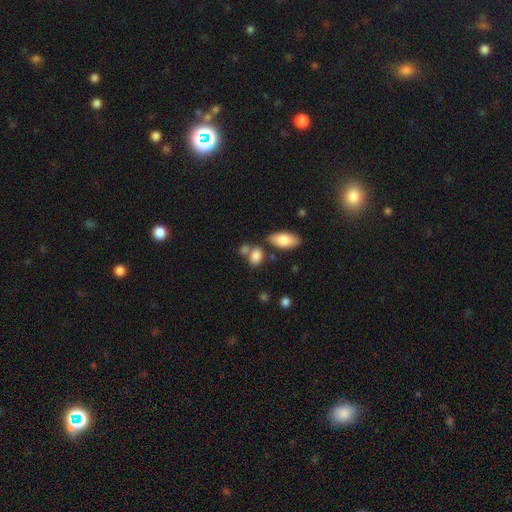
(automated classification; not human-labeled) Smooth or featured: smooth — 84% (star or artifact — 8%)
How rounded: in between — 77% (round — 20%)
Merging: none — 55% (merger — 25%)